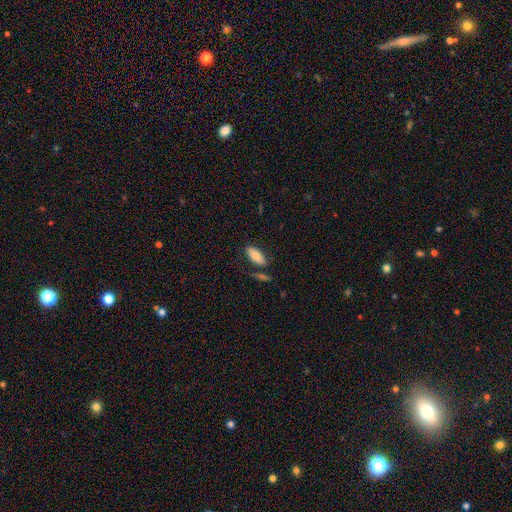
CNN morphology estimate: A smooth galaxy with no disk features (76%) that is in between round and cigar-shaped (86%).

Vote fractions:
- Smooth or featured? smooth: 76% / featured or disk: 17% / star or artifact: 7%
- How rounded? in between: 86% / cigar-shaped: 12% / round: 2%
- Merging? none: 71% / minor disturbance: 15% / merger: 9% / major disturbance: 5%